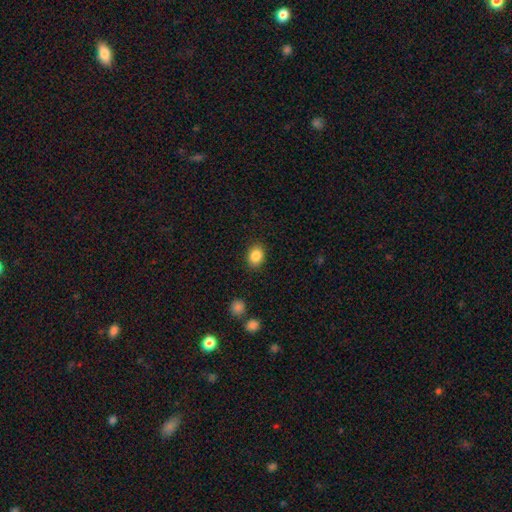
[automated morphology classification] smooth 86%, star or artifact 9%, featured or disk 5%. Down the decision tree: how rounded — in between (58%); merging — none (88%).